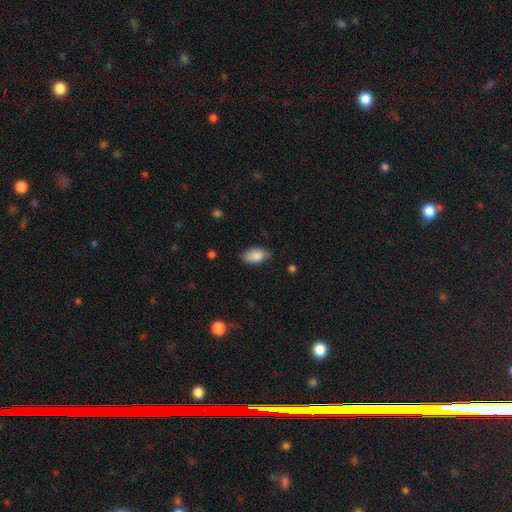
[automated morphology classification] Smooth or featured? Predicted: smooth (p=0.87). How rounded? Predicted: in between (p=0.93). Merging? Predicted: none (p=0.78).